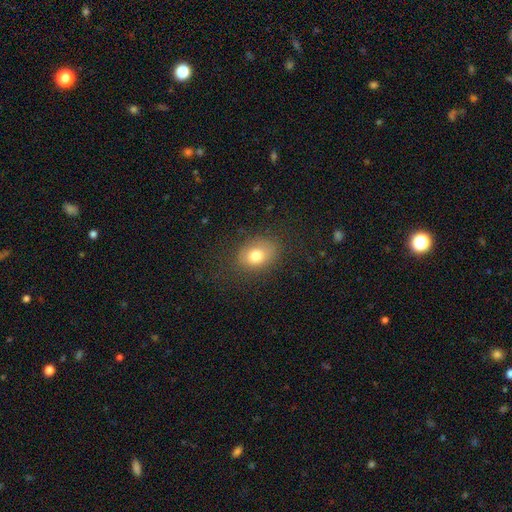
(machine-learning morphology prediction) The model was most divided on "how rounded": in between: 67%, round: 32%, cigar-shaped: 1%. More confident: merging — none (78%); smooth or featured — smooth (77%).